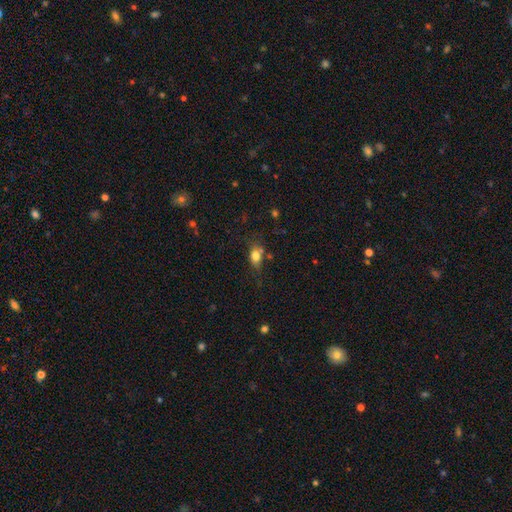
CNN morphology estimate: Smooth or featured?
  - smooth: 77% *
  - featured or disk: 12%
  - star or artifact: 11%
How rounded?
  - in between: 72% *
  - round: 23%
  - cigar-shaped: 5%
Merging?
  - none: 59% *
  - minor disturbance: 23%
  - merger: 9%
  - major disturbance: 8%